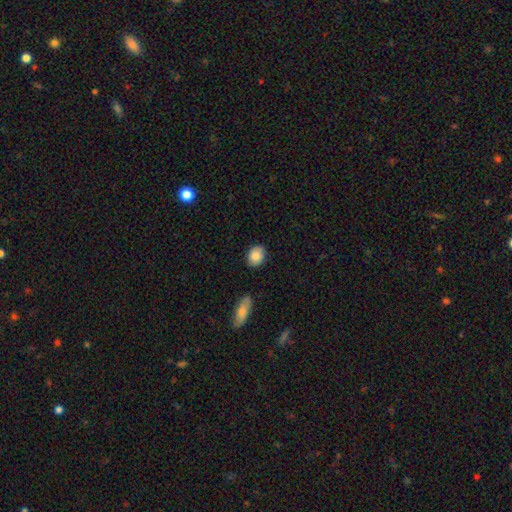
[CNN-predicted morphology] A smooth galaxy with no disk features (86%) that is in between round and cigar-shaped (59%).

Vote fractions:
- Smooth or featured? smooth: 86% / featured or disk: 7% / star or artifact: 7%
- How rounded? in between: 59% / round: 39% / cigar-shaped: 2%
- Merging? none: 87% / minor disturbance: 9% / merger: 2% / major disturbance: 2%